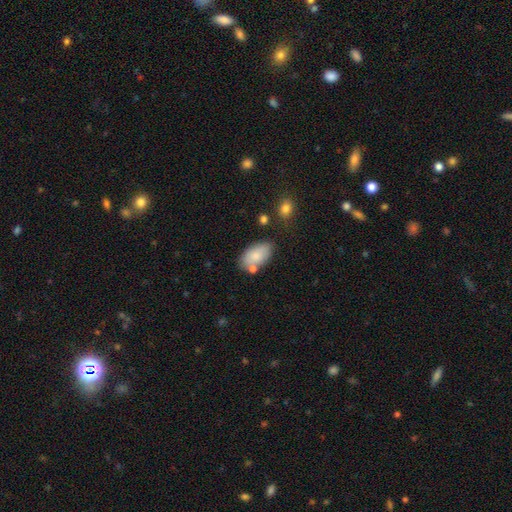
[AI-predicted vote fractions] smooth_or_featured: smooth (p=0.81) [alt: featured or disk p=0.12]
how_rounded: in between (p=0.94) [alt: round p=0.04]
merging: none (p=0.69) [alt: minor disturbance p=0.17]